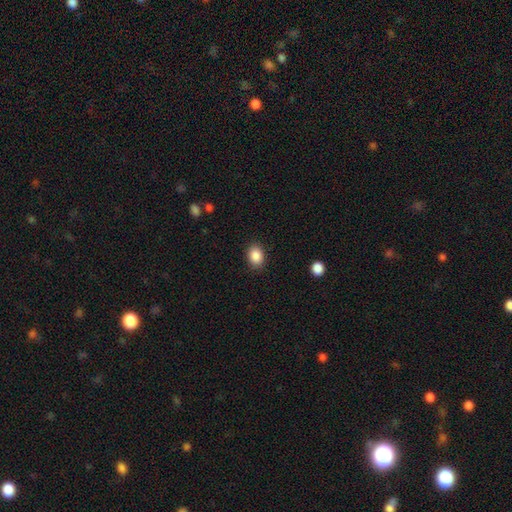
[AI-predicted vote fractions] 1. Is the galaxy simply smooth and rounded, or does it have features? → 88% smooth, 8% star or artifact, 4% featured or disk.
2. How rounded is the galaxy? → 66% in between, 33% round, 1% cigar-shaped.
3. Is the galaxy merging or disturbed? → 88% none, 9% minor disturbance, 3% major disturbance, 1% merger.